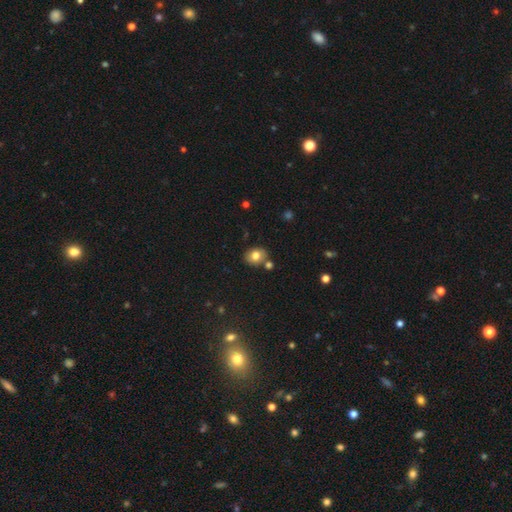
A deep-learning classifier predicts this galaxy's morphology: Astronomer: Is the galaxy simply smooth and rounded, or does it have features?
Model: smooth — 78%.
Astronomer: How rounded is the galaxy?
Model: round — 53% (runner-up: in between, 46%).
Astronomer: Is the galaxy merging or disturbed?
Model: none — 75%.